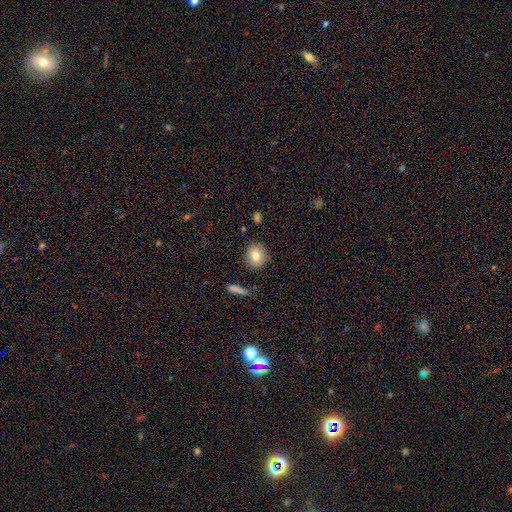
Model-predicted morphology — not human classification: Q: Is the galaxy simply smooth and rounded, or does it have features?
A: smooth — 78%.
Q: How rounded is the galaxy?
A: round — 79%.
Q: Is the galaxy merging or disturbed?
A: none — 84%.